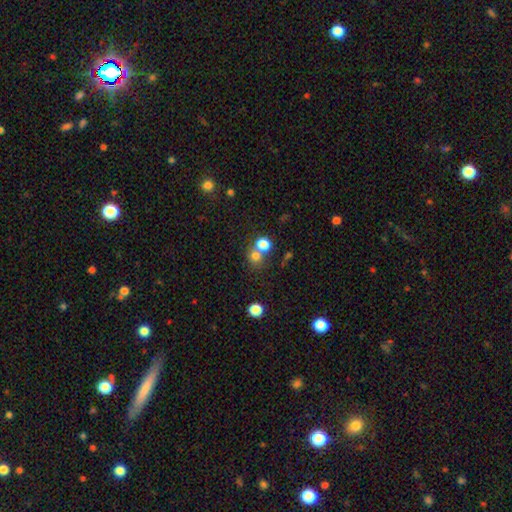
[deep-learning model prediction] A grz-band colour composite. It shows a smooth galaxy with no disk features (76%) that is round (84%). Merging: none (49%).